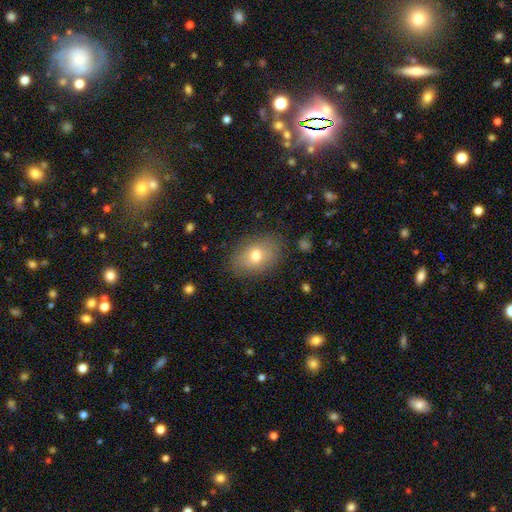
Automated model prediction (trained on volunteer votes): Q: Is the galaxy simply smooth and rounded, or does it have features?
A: smooth — 73%.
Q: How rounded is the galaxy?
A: in between — 79%.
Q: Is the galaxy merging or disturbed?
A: none — 81%.